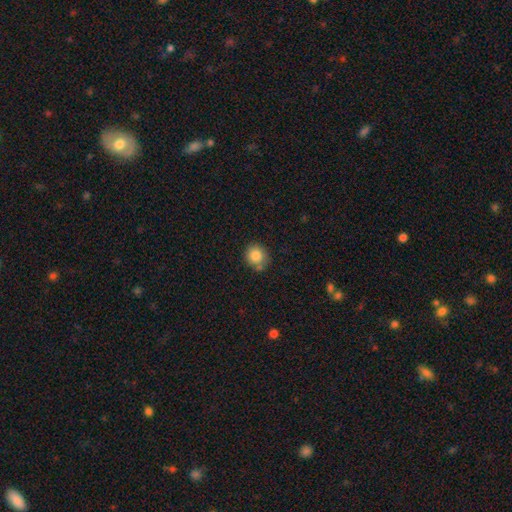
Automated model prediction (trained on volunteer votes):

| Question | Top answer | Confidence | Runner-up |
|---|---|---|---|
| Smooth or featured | smooth | 85% | star or artifact (9%) |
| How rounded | round | 87% | in between (12%) |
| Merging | none | 72% | minor disturbance (14%) |